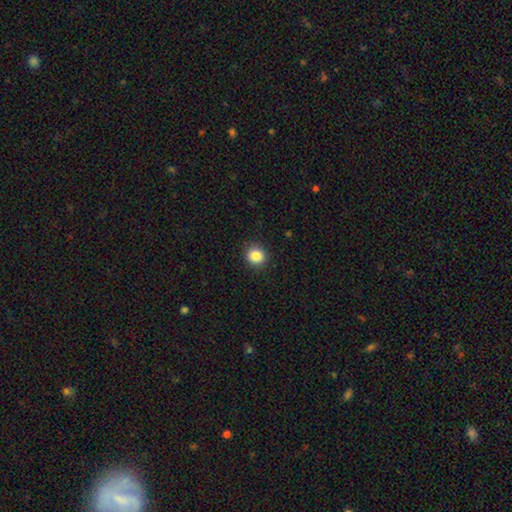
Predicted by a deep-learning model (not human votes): Q: Smooth or featured?
A: smooth (85%); runner-up: star or artifact (10%)
Q: How rounded?
A: round (89%); runner-up: in between (10%)
Q: Merging?
A: none (91%); runner-up: minor disturbance (6%)